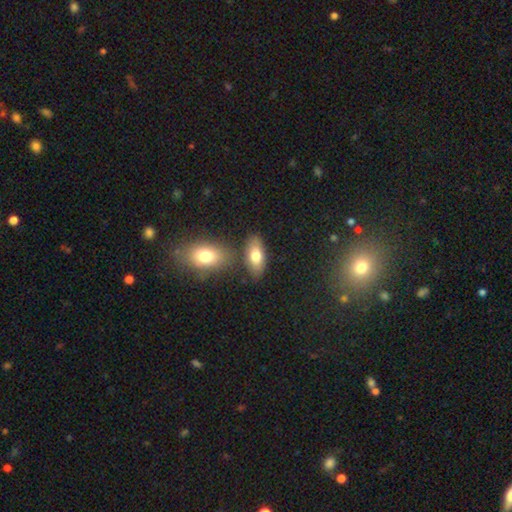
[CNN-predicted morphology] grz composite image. It shows a smooth galaxy with no disk features (75%) that is in between round and cigar-shaped (90%). Merging: none (73%).